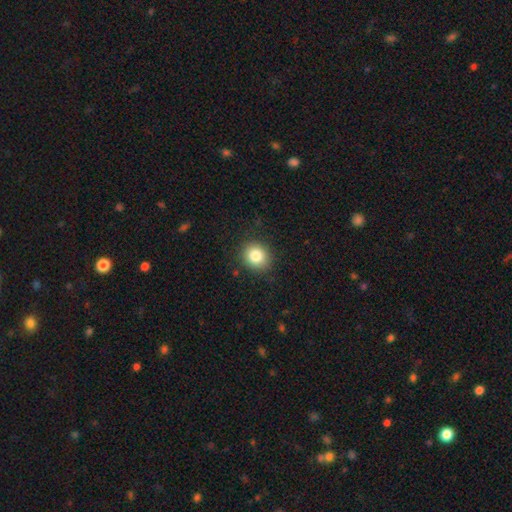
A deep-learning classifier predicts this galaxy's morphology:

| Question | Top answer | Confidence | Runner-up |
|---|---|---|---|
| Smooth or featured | smooth | 82% | star or artifact (11%) |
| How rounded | round | 79% | in between (20%) |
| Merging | none | 88% | minor disturbance (8%) |